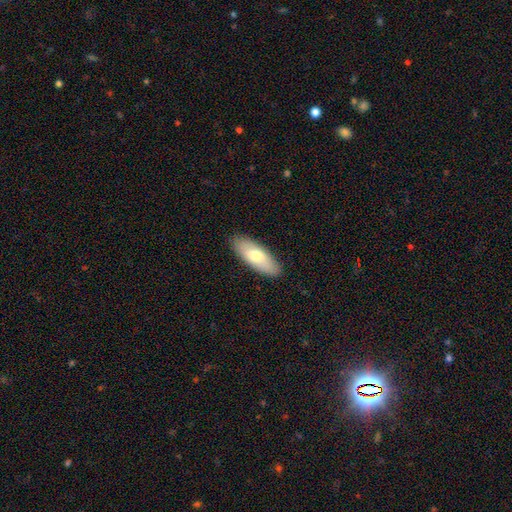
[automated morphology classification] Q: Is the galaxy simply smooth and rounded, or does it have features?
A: smooth — 71%.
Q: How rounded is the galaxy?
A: in between — 73%.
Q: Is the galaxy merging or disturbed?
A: none — 88%.